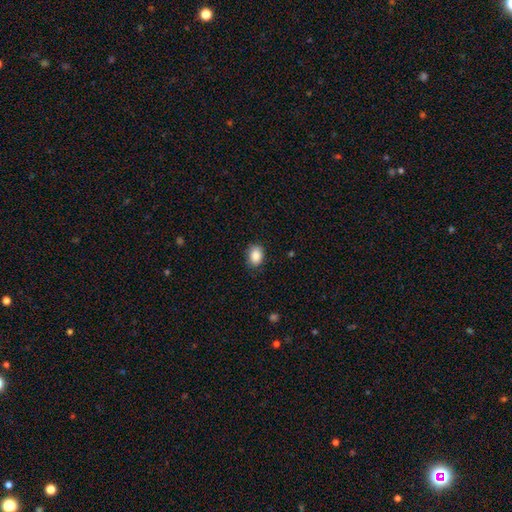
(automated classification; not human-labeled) This appears to be a smooth galaxy with no disk features (88%) that is in between round and cigar-shaped (71%). Merging: none (83%).